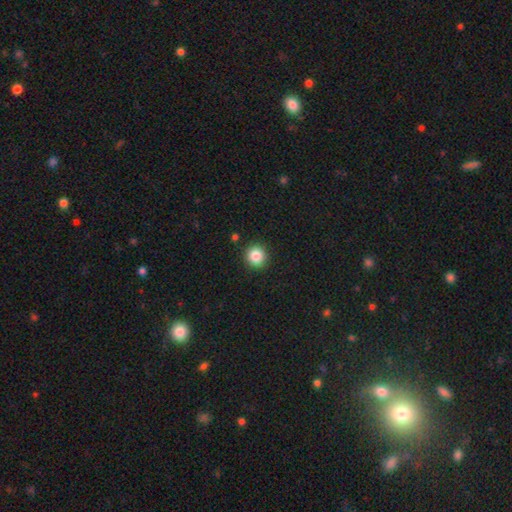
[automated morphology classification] smooth_or_featured: smooth (p=0.85) [alt: star or artifact p=0.10]
how_rounded: round (p=0.93) [alt: in between p=0.06]
merging: none (p=0.91) [alt: minor disturbance p=0.06]